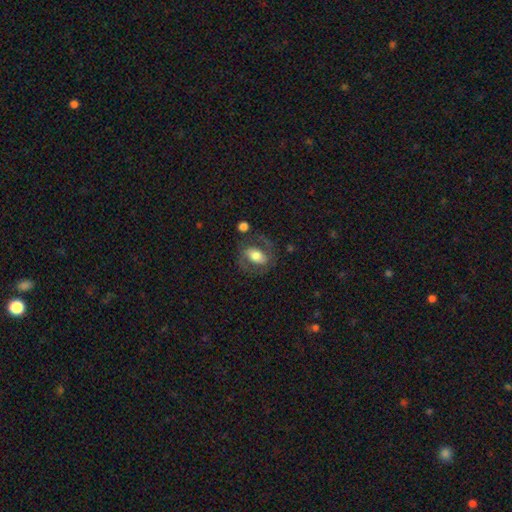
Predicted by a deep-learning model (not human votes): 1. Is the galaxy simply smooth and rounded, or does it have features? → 50% featured or disk, 43% smooth, 8% star or artifact.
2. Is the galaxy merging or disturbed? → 62% none, 18% minor disturbance, 16% major disturbance, 4% merger.